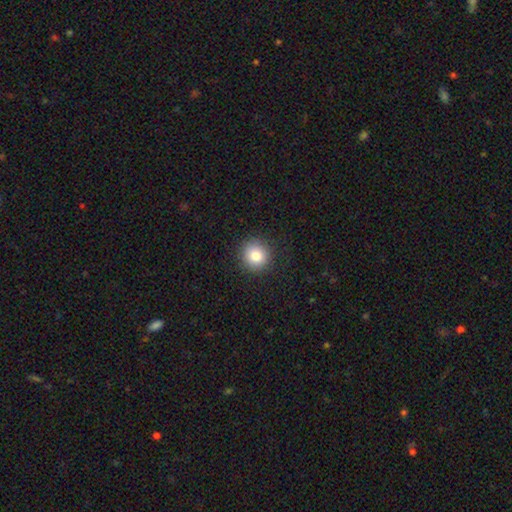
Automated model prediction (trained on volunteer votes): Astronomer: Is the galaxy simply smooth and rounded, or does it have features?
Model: smooth — 82%.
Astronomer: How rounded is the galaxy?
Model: round — 92%.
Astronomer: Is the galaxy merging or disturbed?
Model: none — 90%.